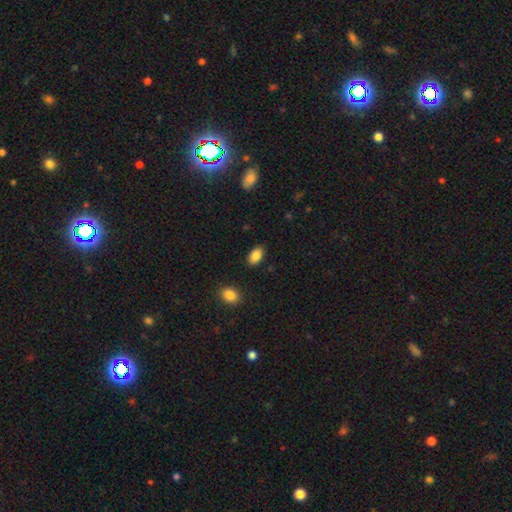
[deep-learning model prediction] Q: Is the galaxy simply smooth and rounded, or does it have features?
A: smooth — 87%.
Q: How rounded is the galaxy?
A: in between — 92%.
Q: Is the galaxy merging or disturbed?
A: none — 87%.